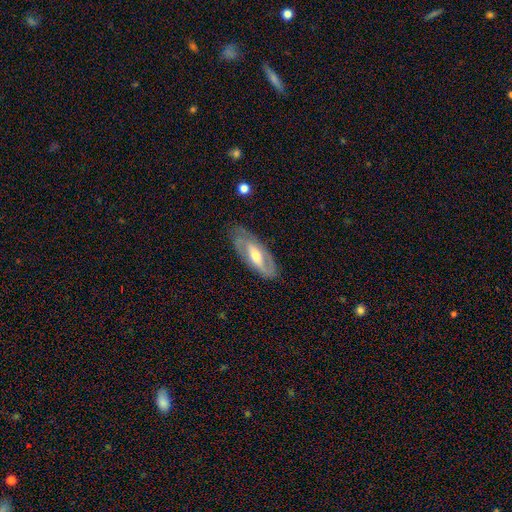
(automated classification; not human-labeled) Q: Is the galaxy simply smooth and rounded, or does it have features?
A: featured or disk — 73%.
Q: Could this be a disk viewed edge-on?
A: no — 86%.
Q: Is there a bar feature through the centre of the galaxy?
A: weak — 38%.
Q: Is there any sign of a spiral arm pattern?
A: yes — 77%.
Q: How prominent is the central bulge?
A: moderate — 63%.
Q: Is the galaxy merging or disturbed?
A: none — 76%.